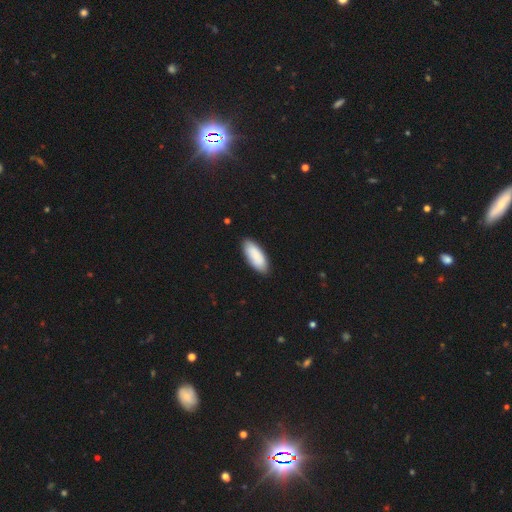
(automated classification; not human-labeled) Smooth or featured? smooth (86%)
How rounded? in between (83%)
Merging? none (85%)